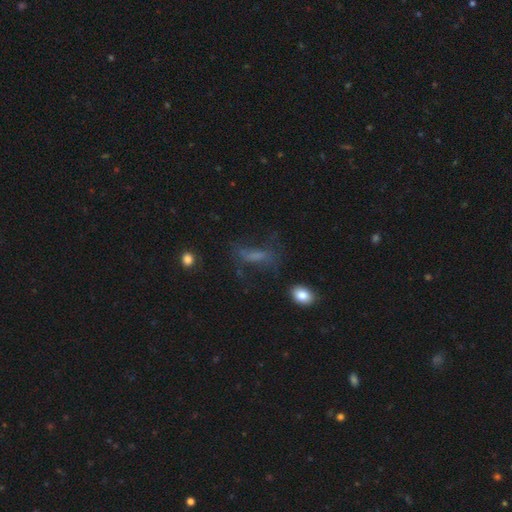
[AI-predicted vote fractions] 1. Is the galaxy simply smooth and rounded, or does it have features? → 43% smooth, 34% featured or disk, 24% star or artifact.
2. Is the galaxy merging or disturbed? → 48% none, 27% major disturbance, 21% minor disturbance, 4% merger.